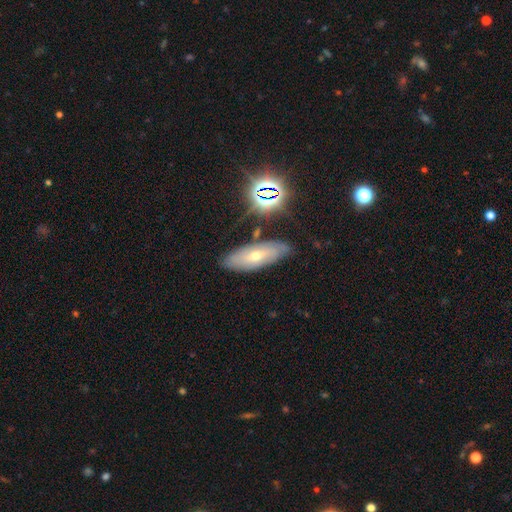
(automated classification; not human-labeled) This appears to be a featured or disk galaxy (47%). Merging: none (77%).